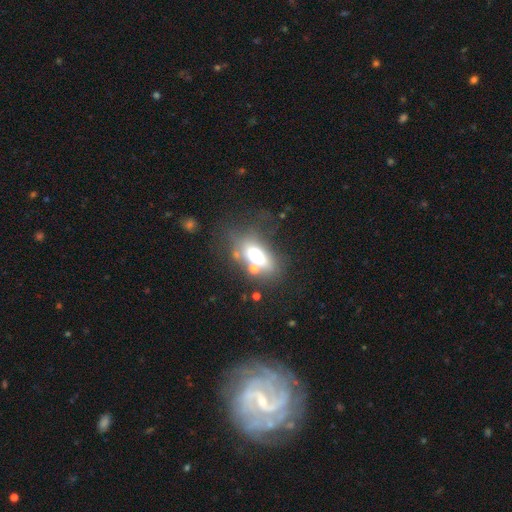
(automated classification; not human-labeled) smooth_or_featured: smooth (p=0.61) [alt: featured or disk p=0.28]
how_rounded: in between (p=0.82) [alt: round p=0.10]
merging: none (p=0.42) [alt: merger p=0.20]